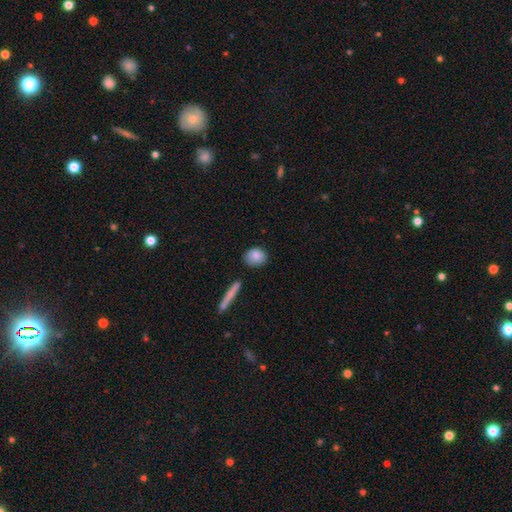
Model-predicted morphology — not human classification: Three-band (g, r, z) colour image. It shows a smooth galaxy with no disk features (85%) that is round (55%). Merging: none (80%).